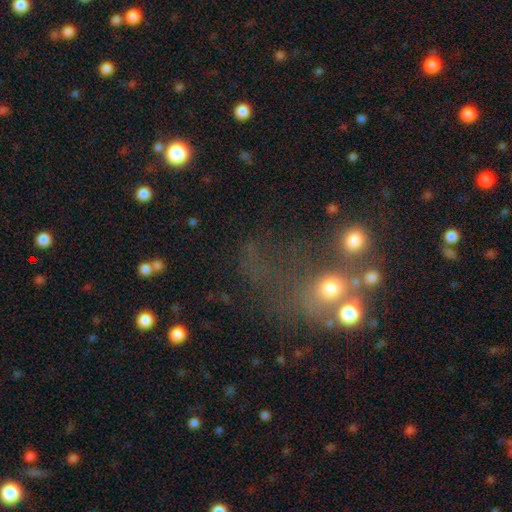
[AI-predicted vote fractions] Smooth or featured?
  - smooth: 45% *
  - star or artifact: 36%
  - featured or disk: 19%
Merging?
  - none: 38% *
  - major disturbance: 26%
  - merger: 23%
  - minor disturbance: 13%